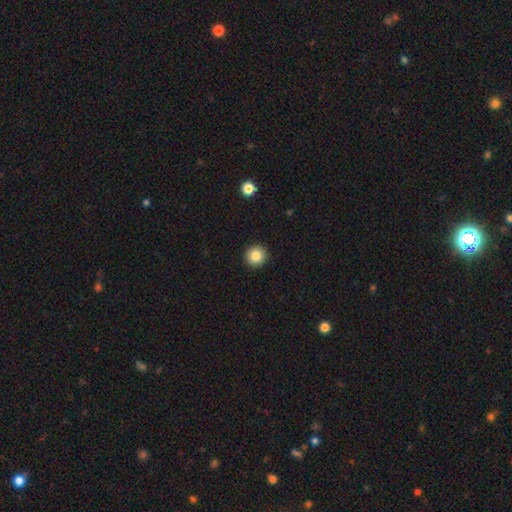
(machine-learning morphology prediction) Smooth or featured?
  - smooth: 84% *
  - star or artifact: 10%
  - featured or disk: 6%
How rounded?
  - round: 95% *
  - in between: 4%
  - cigar-shaped: 1%
Merging?
  - none: 93% *
  - minor disturbance: 4%
  - major disturbance: 1%
  - merger: 1%